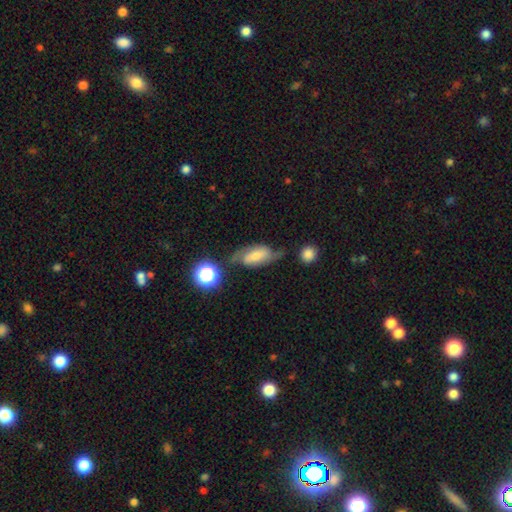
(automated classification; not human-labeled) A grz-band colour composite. It shows a featured or disk galaxy (48%). Merging: none (47%).